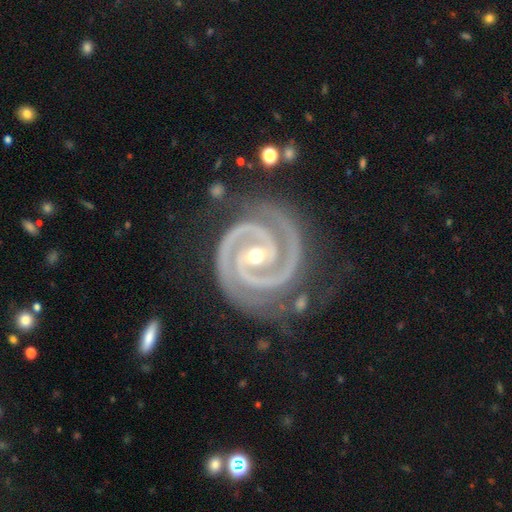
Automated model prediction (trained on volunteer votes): smooth_or_featured: featured or disk (p=0.95) [alt: star or artifact p=0.03]
disk_edge_on: no (p=0.98) [alt: yes p=0.02]
bar: strong (p=0.39) [alt: no p=0.32]
has_spiral_arms: yes (p=0.99) [alt: no p=0.01]
spiral_winding: tight (p=0.79) [alt: medium p=0.19]
spiral_arm_count: 2 (p=0.92) [alt: 3 p=0.04]
bulge_size: moderate (p=0.49) [alt: small p=0.48]
merging: none (p=0.77) [alt: minor disturbance p=0.16]